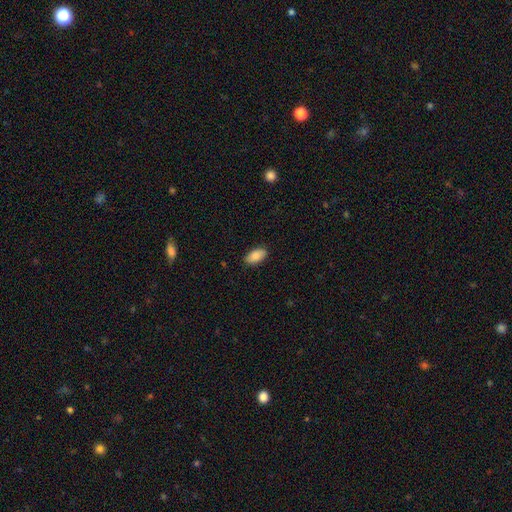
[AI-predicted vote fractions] smooth-or-featured: smooth: 86% | featured or disk: 7% | star or artifact: 7%
  how-rounded: in between: 94% | cigar-shaped: 4% | round: 3%
  merging: none: 88% | minor disturbance: 9% | major disturbance: 2% | merger: 1%